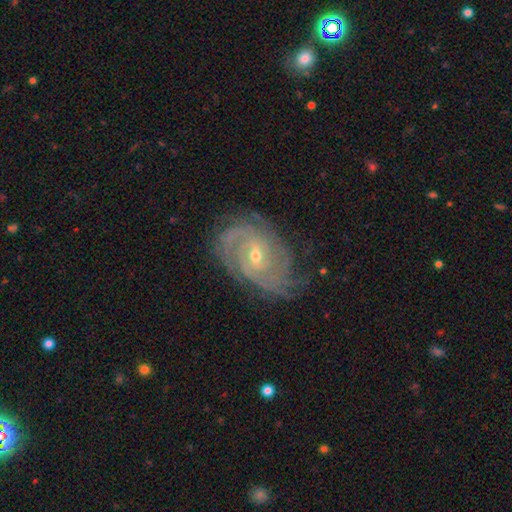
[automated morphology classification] type=featured or disk (89%); edge-on=no (97%); bar=weak (47%); spiral arms=yes (97%); winding=tight (74%); arm count=can't tell (27%); bulge=small (57%); merging=none (71%).